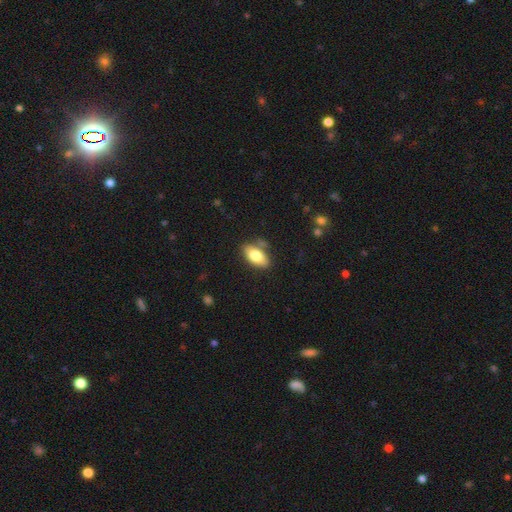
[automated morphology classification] This is likely a smooth galaxy (79%). How rounded: clearly in between (91%). Merging: likely none (75%).